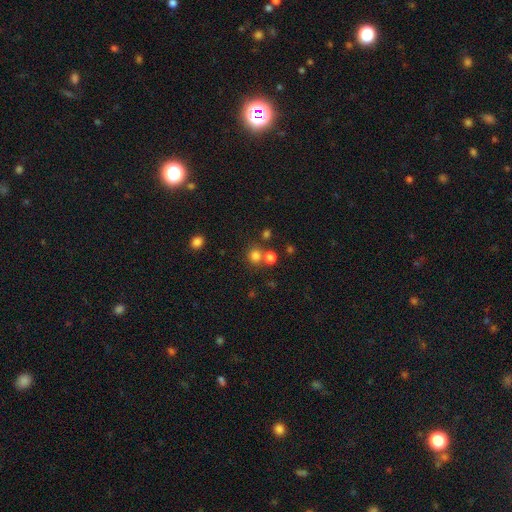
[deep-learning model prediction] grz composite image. It shows a smooth galaxy with no disk features (78%) that is round (86%). Merging: none (65%).